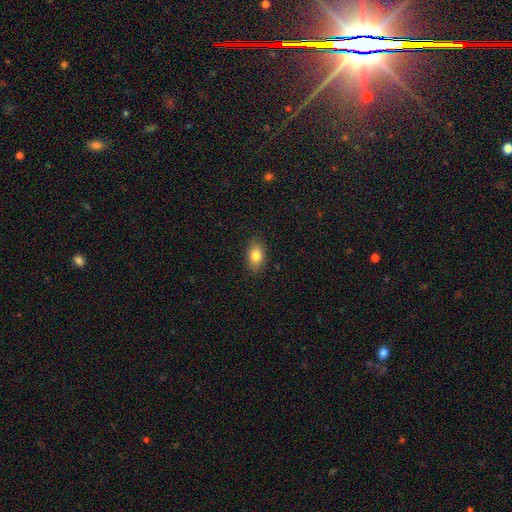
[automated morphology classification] This appears to be a smooth galaxy with no disk features (82%) that is in between round and cigar-shaped (87%). Merging: none (86%).